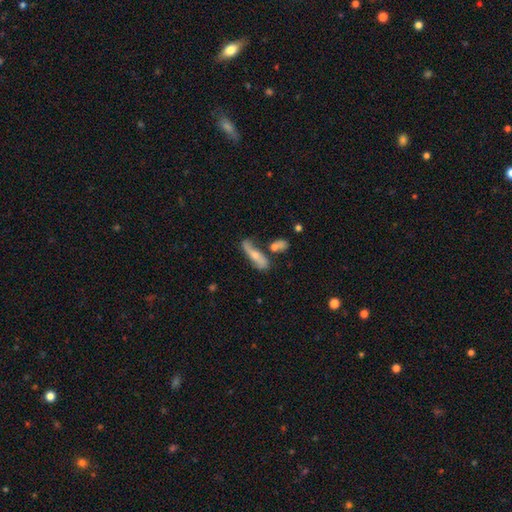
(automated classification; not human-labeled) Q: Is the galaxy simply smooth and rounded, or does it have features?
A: featured or disk — 51%.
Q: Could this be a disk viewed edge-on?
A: no — 59%.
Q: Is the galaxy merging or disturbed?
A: none — 50%.